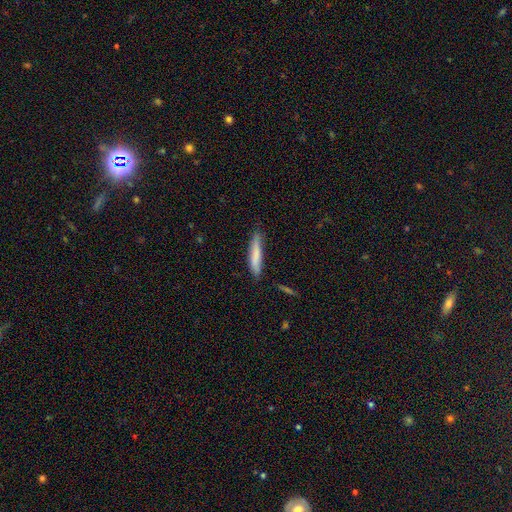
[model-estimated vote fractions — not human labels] Overall: smooth (79%). How rounded: cigar-shaped (89%). Merging: none (77%).